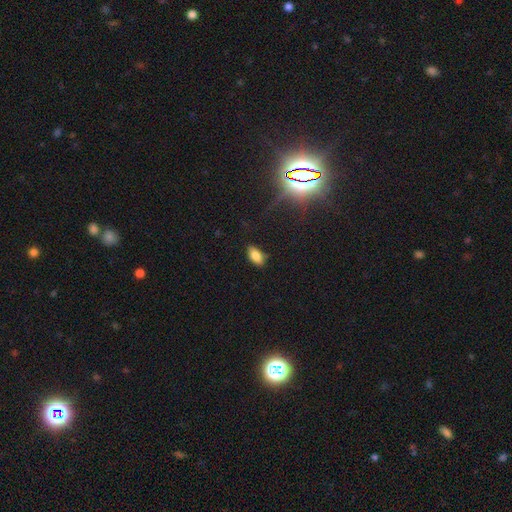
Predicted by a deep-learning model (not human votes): Smooth or featured? smooth (82%)
How rounded? in between (92%)
Merging? none (83%)